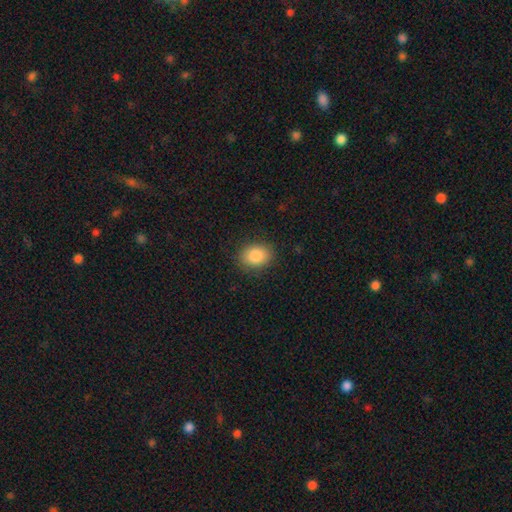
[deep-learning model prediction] Smooth or featured?
  - smooth: 86% *
  - star or artifact: 8%
  - featured or disk: 6%
How rounded?
  - in between: 60% *
  - round: 39%
  - cigar-shaped: 1%
Merging?
  - none: 87% *
  - minor disturbance: 9%
  - major disturbance: 3%
  - merger: 1%